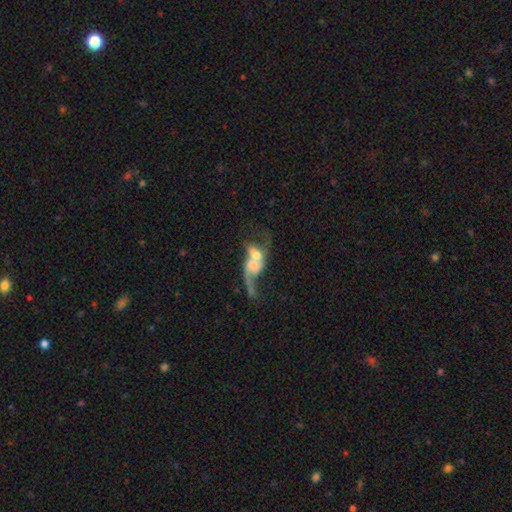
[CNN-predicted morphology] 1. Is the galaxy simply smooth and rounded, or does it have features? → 65% featured or disk, 27% smooth, 8% star or artifact.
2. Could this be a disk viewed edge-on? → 95% no, 5% yes.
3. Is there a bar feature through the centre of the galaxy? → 68% no, 25% weak, 7% strong.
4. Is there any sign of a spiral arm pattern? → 71% yes, 29% no.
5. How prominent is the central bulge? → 37% moderate, 28% small, 16% large, 15% none, 4% dominant.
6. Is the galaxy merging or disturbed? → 72% merger, 13% major disturbance, 10% none, 5% minor disturbance.